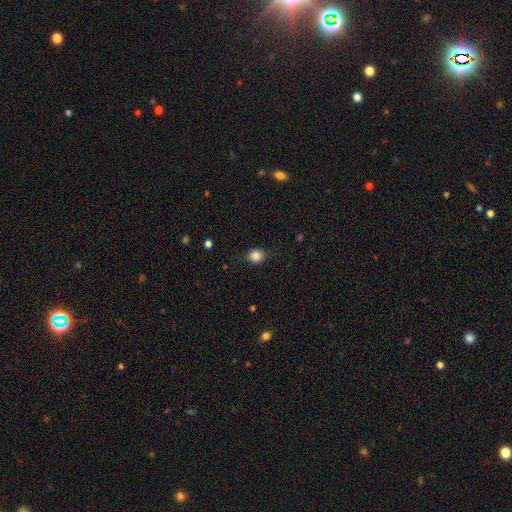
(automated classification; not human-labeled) This appears to be a smooth galaxy with no disk features (86%) that is round (75%). Merging: none (85%).